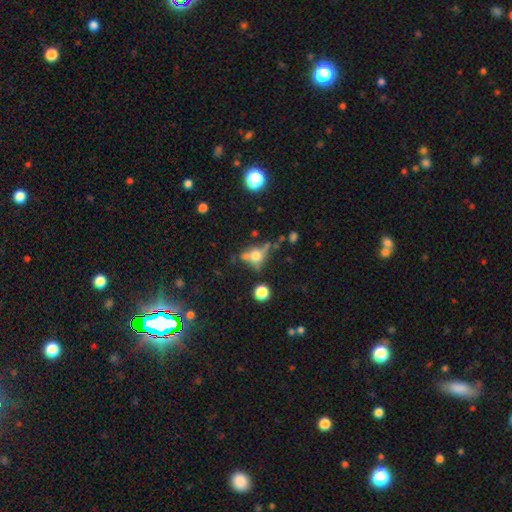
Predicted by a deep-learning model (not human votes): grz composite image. It shows a smooth galaxy with no disk features (52%) that is round (58%). Merging: none (45%).